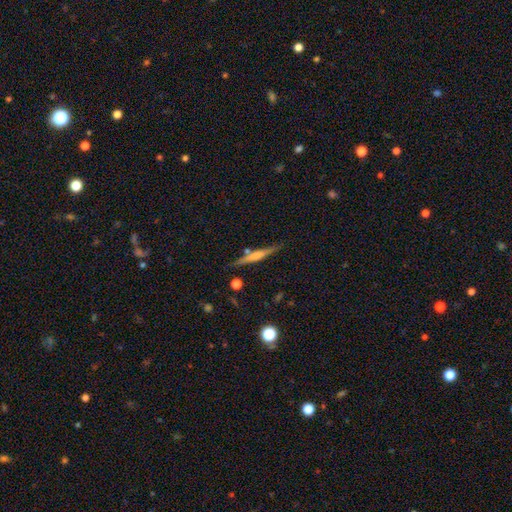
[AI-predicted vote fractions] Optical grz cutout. It shows a featured or disk galaxy (57%) viewed edge-on (97%) with a rounded central bulge (49%). Merging: none (83%).